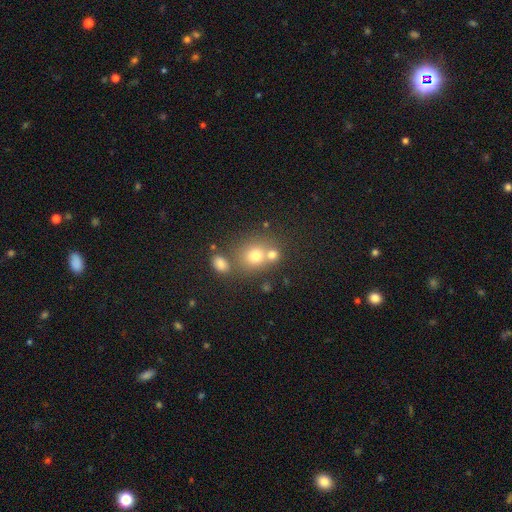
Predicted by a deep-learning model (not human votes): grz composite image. It shows a smooth galaxy with no disk features (72%) that is round (77%). Merging: none (50%).